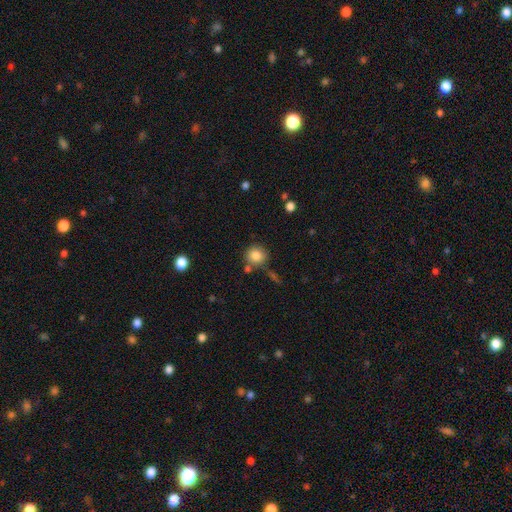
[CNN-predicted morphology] This appears to be a smooth galaxy with no disk features (84%) that is round (90%). Merging: none (75%).